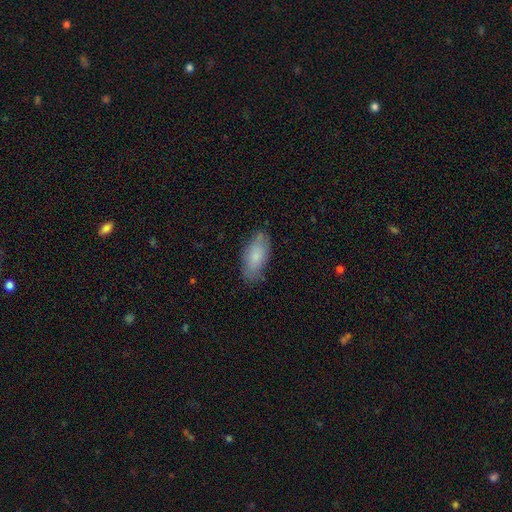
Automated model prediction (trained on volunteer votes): This is likely a smooth galaxy (78%). How rounded: clearly in between (85%). Merging: likely none (77%).